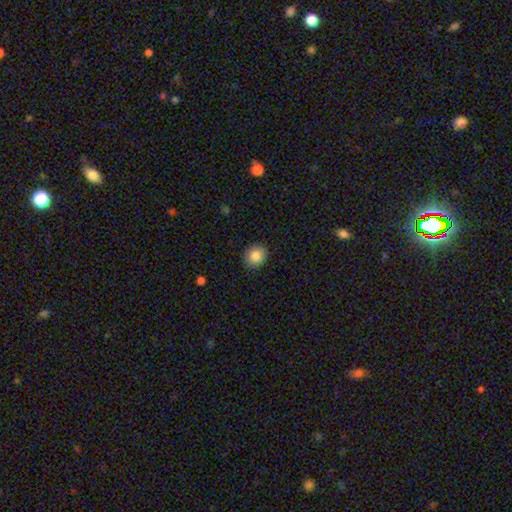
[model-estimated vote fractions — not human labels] Smooth or featured?
  - smooth: 84% *
  - star or artifact: 9%
  - featured or disk: 7%
How rounded?
  - round: 74% *
  - in between: 25%
  - cigar-shaped: 1%
Merging?
  - none: 89% *
  - minor disturbance: 8%
  - major disturbance: 2%
  - merger: 1%